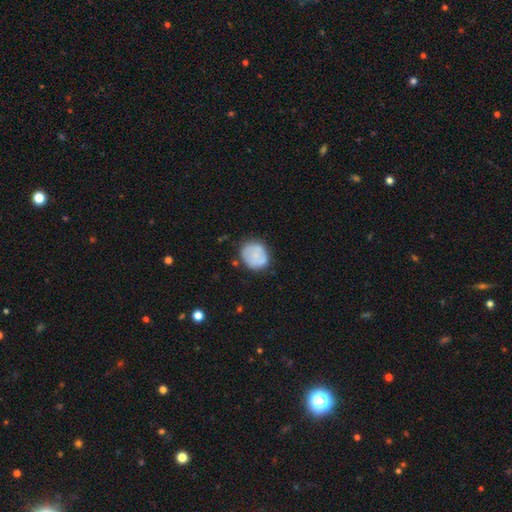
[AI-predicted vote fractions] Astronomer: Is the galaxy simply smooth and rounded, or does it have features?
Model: smooth — 70%.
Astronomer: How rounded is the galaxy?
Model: round — 77%.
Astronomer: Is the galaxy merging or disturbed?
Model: none — 70%.